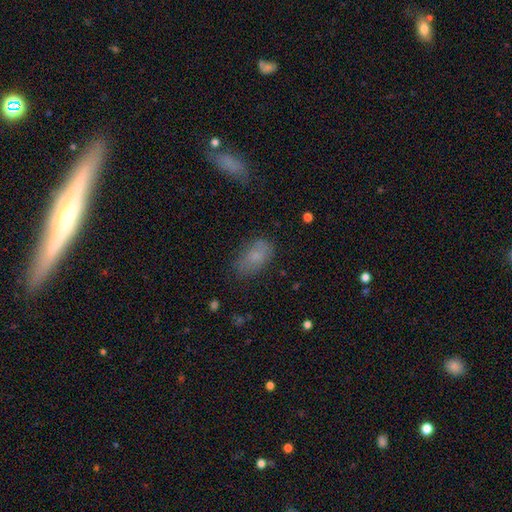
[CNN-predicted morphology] Smooth or featured?
  - smooth: 79% *
  - featured or disk: 11%
  - star or artifact: 10%
How rounded?
  - in between: 92% *
  - round: 5%
  - cigar-shaped: 3%
Merging?
  - none: 69% *
  - minor disturbance: 21%
  - major disturbance: 7%
  - merger: 2%